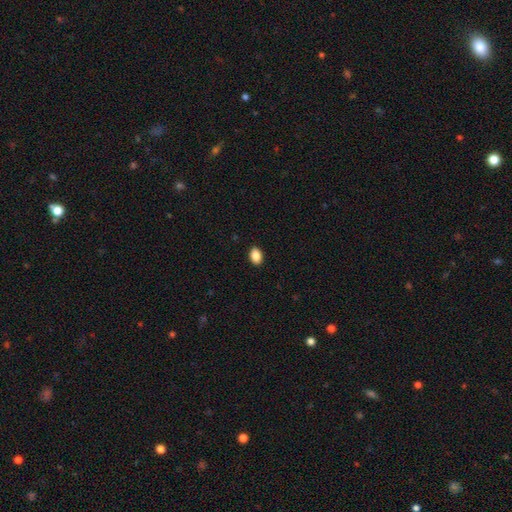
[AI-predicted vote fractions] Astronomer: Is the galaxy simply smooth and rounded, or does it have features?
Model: smooth — 88%.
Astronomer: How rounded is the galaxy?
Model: in between — 84%.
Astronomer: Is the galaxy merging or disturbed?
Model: none — 91%.